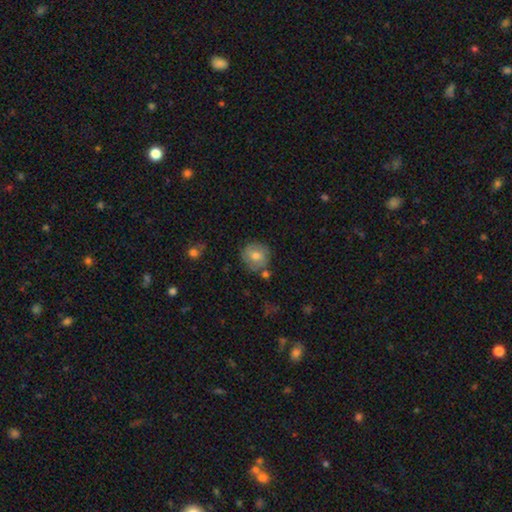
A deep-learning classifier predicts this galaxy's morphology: This is likely a smooth galaxy (69%). How rounded: clearly round (90%). Merging: likely none (77%).